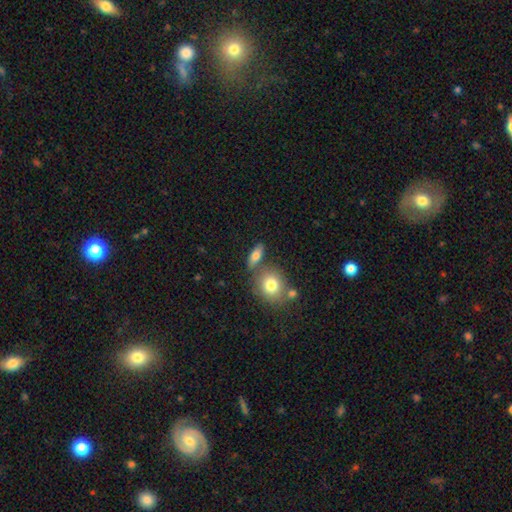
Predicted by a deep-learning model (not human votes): smooth_or_featured: smooth (p=0.75) [alt: featured or disk p=0.16]
how_rounded: in between (p=0.66) [alt: cigar-shaped p=0.21]
merging: none (p=0.67) [alt: merger p=0.16]